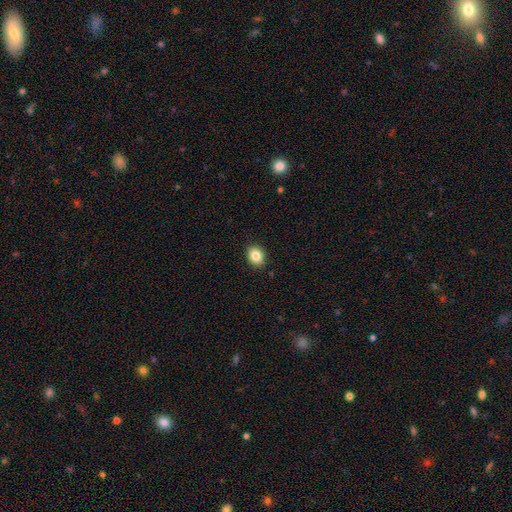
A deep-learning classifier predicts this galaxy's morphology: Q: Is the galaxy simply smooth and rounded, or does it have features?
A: smooth — 85%.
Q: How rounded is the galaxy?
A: in between — 52%.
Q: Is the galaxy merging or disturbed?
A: none — 90%.